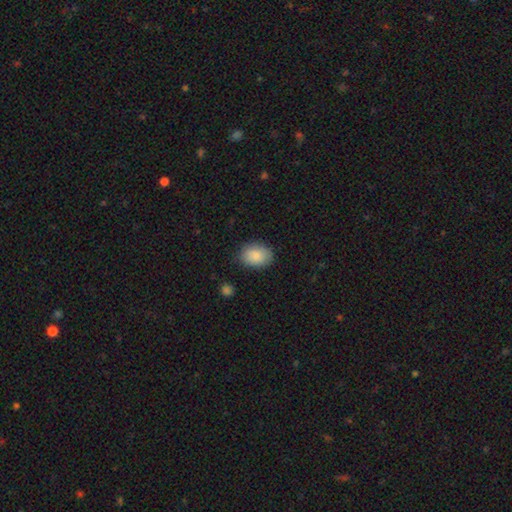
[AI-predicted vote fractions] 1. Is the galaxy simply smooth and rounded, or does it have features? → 87% smooth, 7% star or artifact, 6% featured or disk.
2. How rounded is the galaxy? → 76% in between, 23% round, 1% cigar-shaped.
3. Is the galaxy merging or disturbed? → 84% none, 12% minor disturbance, 3% major disturbance, 1% merger.